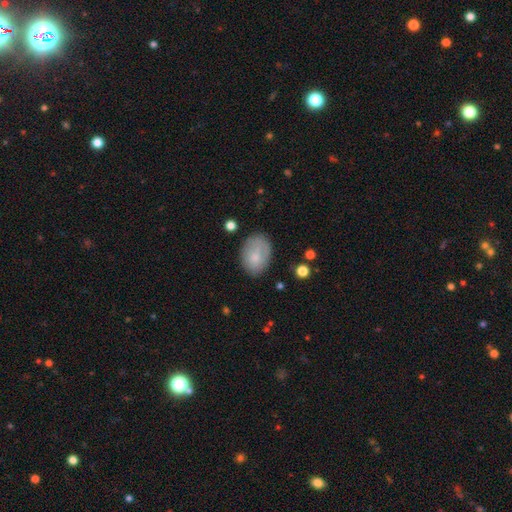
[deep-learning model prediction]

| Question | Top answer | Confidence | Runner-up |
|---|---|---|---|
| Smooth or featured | smooth | 70% | featured or disk (23%) |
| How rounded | in between | 78% | round (21%) |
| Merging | none | 68% | minor disturbance (23%) |